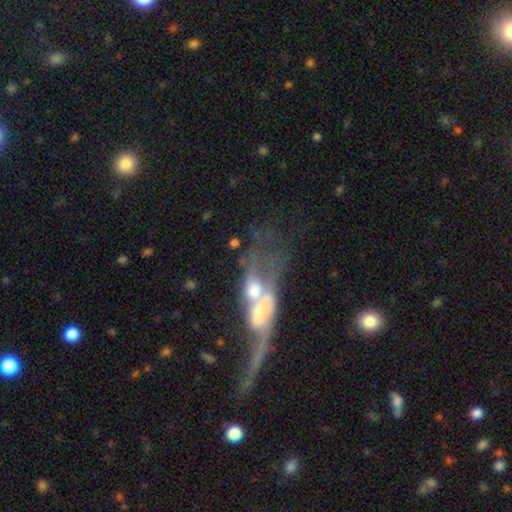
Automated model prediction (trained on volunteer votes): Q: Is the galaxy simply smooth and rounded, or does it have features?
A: featured or disk — 62%.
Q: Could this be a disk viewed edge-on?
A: no — 63%.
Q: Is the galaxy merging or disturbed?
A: merger — 46%.